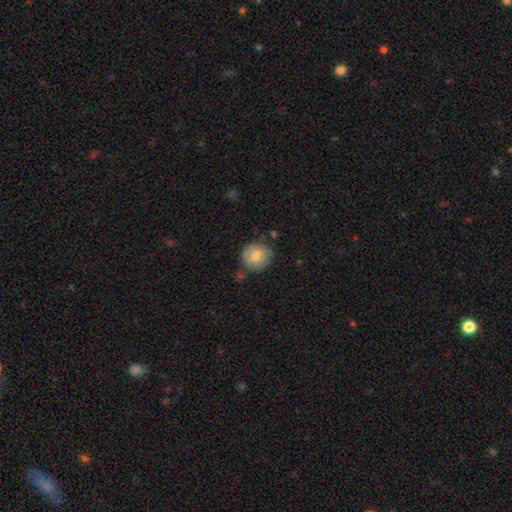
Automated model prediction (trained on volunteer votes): The model was most divided on "merging": none: 71%, minor disturbance: 19%, merger: 5%, major disturbance: 5%. More confident: how rounded — round (86%); smooth or featured — smooth (77%).